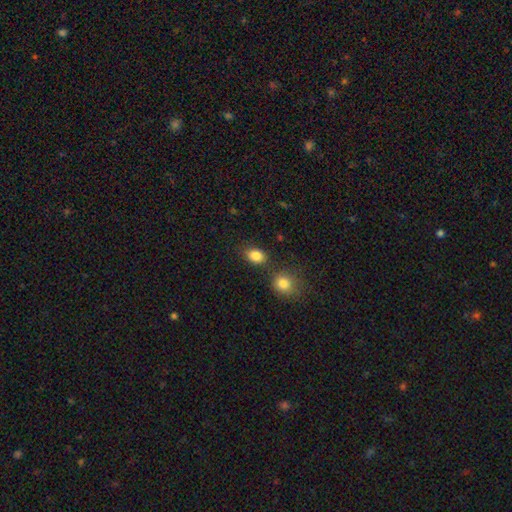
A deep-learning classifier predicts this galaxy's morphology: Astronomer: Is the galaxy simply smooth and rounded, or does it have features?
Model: smooth — 85%.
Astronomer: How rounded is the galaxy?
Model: in between — 72%.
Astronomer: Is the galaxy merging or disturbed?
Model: none — 72%.